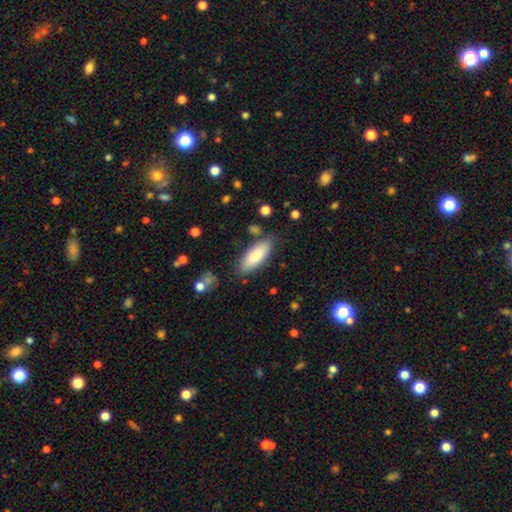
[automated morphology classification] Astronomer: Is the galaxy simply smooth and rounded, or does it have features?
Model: smooth — 81%.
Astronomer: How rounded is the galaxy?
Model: in between — 71%.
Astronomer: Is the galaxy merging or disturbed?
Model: none — 80%.